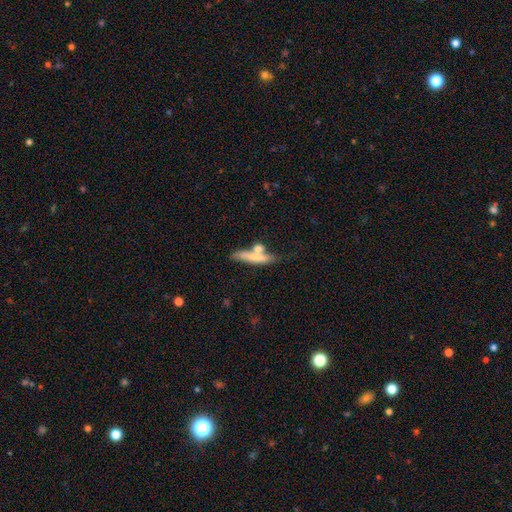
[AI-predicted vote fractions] Overall: smooth (66%; featured or disk 27%). How rounded: cigar-shaped (80%). Merging: none (48%; merger 30%).